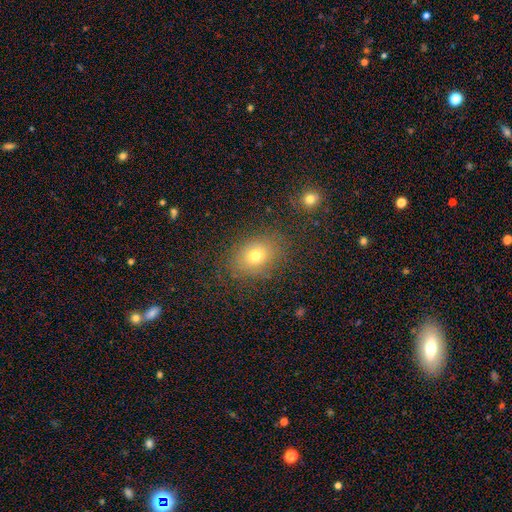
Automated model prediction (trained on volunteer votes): Morphology: type=smooth (72%); roundness=in between (65%); merging=none (80%).